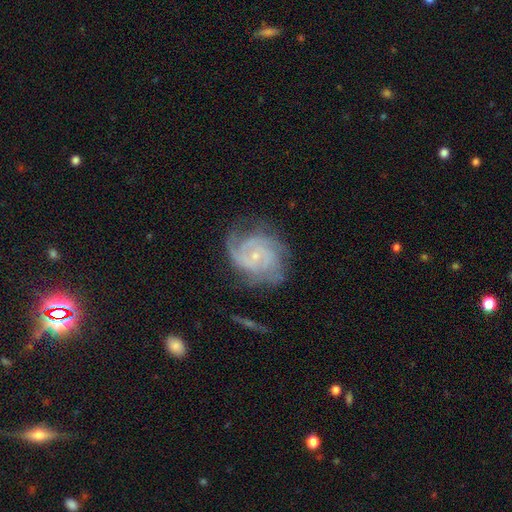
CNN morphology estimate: A featured or disk galaxy (87%) with no bar (68%), 3 (34%) tight (58%) spiral arms (97%) and a small central bulge (78%). Merging: none (66%).